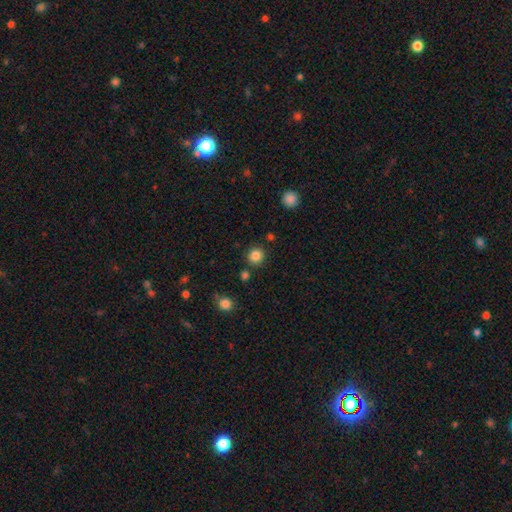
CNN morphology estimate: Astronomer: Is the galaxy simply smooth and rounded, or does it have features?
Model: smooth — 84%.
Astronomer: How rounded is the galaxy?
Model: round — 91%.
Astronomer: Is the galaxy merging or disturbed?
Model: none — 86%.